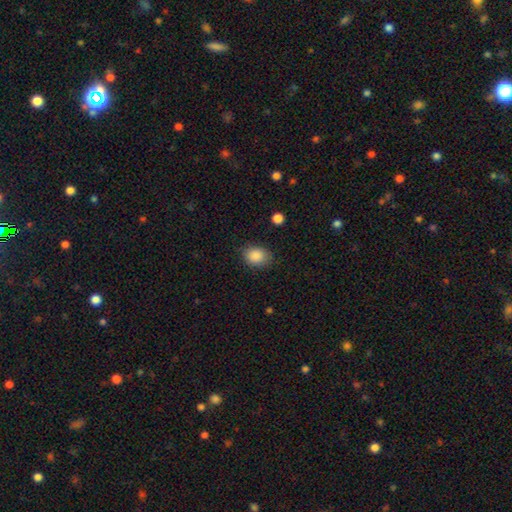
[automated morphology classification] Smooth or featured? Predicted: smooth (p=0.87). How rounded? Predicted: in between (p=0.61). Merging? Predicted: none (p=0.80).